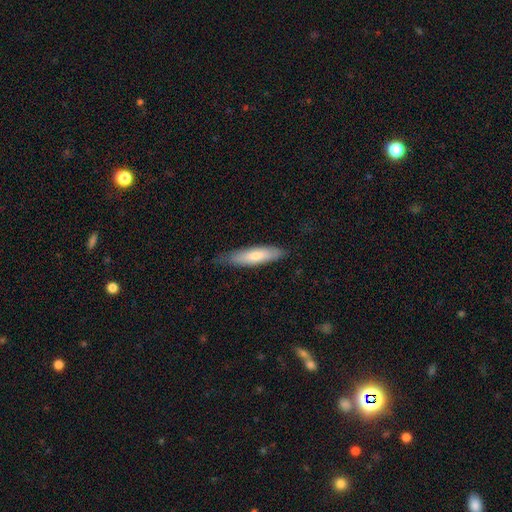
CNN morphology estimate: Smooth or featured?
  - smooth: 71% *
  - featured or disk: 24%
  - star or artifact: 5%
How rounded?
  - cigar-shaped: 72% *
  - in between: 27%
  - round: 1%
Merging?
  - none: 74% *
  - minor disturbance: 21%
  - major disturbance: 4%
  - merger: 1%